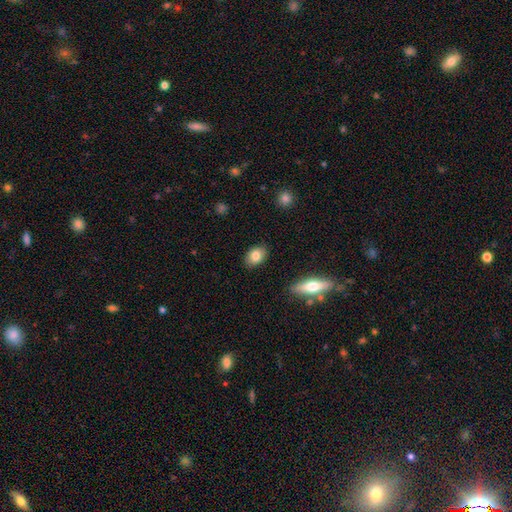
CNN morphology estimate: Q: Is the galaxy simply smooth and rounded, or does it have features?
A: smooth — 82%.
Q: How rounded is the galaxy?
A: in between — 80%.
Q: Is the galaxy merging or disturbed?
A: none — 87%.